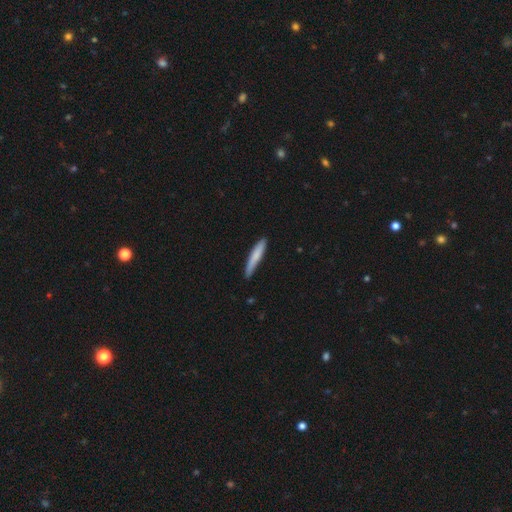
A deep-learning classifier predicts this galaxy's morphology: The model was most divided on "smooth or featured": smooth: 76%, featured or disk: 19%, star or artifact: 5%. More confident: how rounded — cigar-shaped (93%); merging — none (78%).